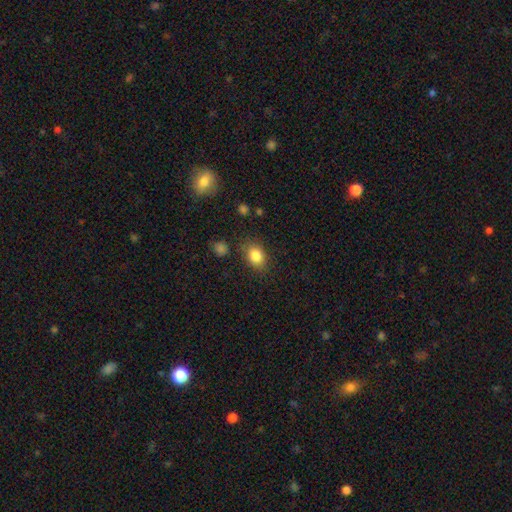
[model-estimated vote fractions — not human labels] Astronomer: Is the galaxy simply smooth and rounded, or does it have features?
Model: smooth — 84%.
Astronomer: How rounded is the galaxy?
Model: in between — 60% (runner-up: round, 38%).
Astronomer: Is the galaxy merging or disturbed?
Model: none — 78%.